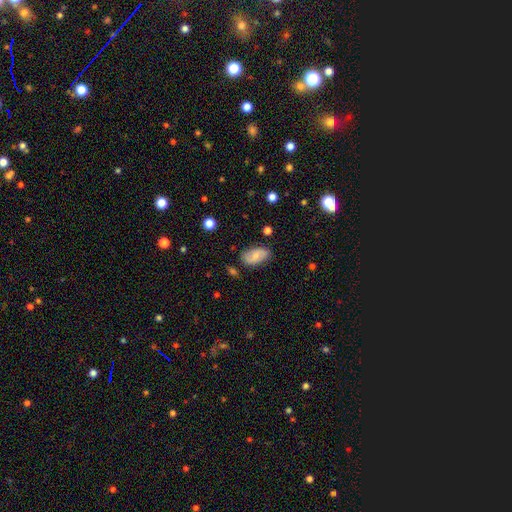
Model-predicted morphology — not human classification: Smooth or featured? smooth (55%)
How rounded? in between (93%)
Merging? none (76%)